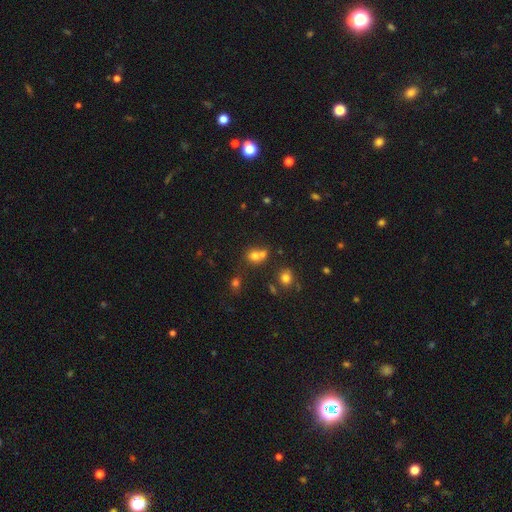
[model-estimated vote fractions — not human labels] This is likely a smooth galaxy (70%). How rounded: likely round (70%). Merging: possibly merger (53%).